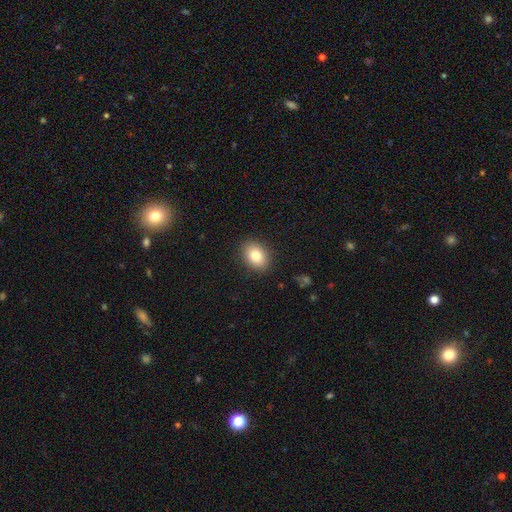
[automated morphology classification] A smooth galaxy with no disk features (82%) that is in between round and cigar-shaped (69%). Merging: none (88%).